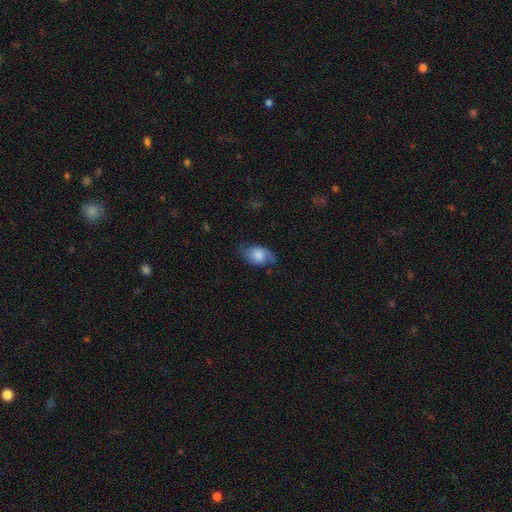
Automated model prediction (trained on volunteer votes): smooth-or-featured: smooth: 58% | featured or disk: 33% | star or artifact: 9%
  how-rounded: in between: 80% | round: 18% | cigar-shaped: 2%
  merging: none: 62% | minor disturbance: 27% | major disturbance: 10% | merger: 1%